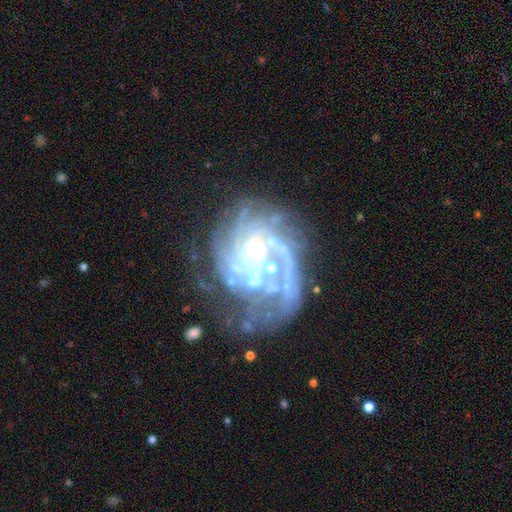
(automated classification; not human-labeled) smooth-or-featured: featured or disk: 84% | star or artifact: 10% | smooth: 6%
  disk-edge-on: no: 98% | yes: 2%
    bar: no: 54% | weak: 33% | strong: 13%
    has-spiral-arms: yes: 89% | no: 11%
      spiral-winding: tight: 42% | medium: 39% | loose: 19%
      spiral-arm-count: can't tell: 34% | 3: 18% | 2: 16% | 4: 13% | more than 4: 11% | 1: 8%
    bulge-size: moderate: 45% | small: 34% | none: 12% | large: 7% | dominant: 2%
  merging: none: 46% | major disturbance: 27% | minor disturbance: 18% | merger: 9%